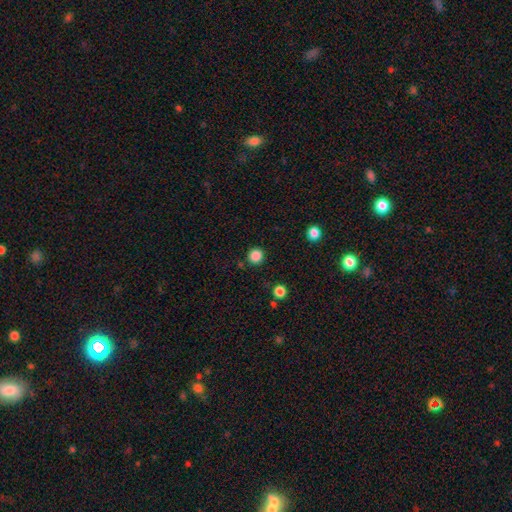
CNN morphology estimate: Smooth or featured: smooth — 85% (star or artifact — 12%)
How rounded: round — 92% (in between — 7%)
Merging: none — 88% (minor disturbance — 7%)